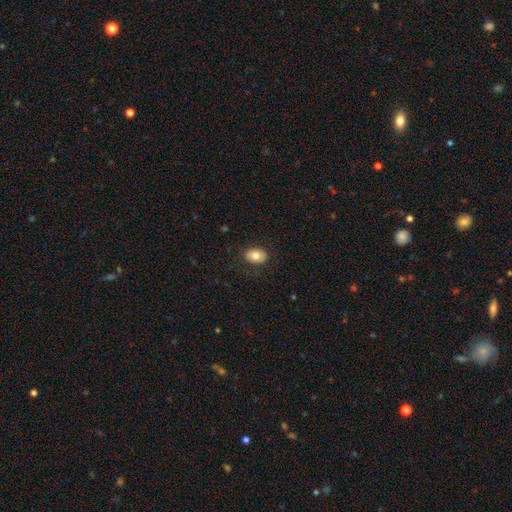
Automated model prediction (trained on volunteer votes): A smooth galaxy with no disk features (77%) that is in between round and cigar-shaped (77%). Merging: none (85%).